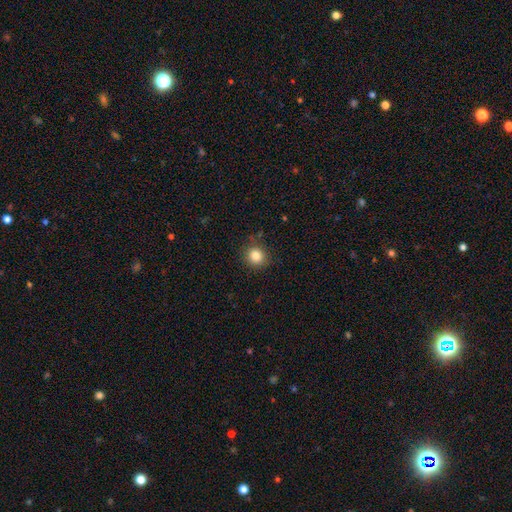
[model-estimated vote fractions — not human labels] Smooth or featured? smooth (84%)
How rounded? round (88%)
Merging? none (87%)